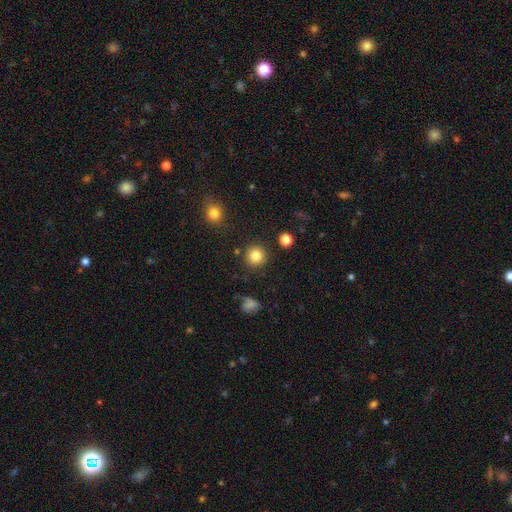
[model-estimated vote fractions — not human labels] Smooth or featured?
  - smooth: 83% *
  - star or artifact: 11%
  - featured or disk: 6%
How rounded?
  - round: 93% *
  - in between: 6%
  - cigar-shaped: 1%
Merging?
  - none: 88% *
  - minor disturbance: 7%
  - major disturbance: 3%
  - merger: 3%